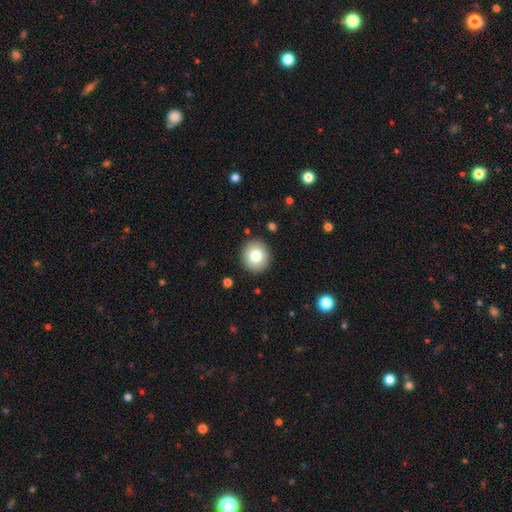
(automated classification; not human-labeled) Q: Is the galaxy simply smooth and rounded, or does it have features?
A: smooth — 78%.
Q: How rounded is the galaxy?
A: round — 87%.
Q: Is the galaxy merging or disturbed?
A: none — 90%.